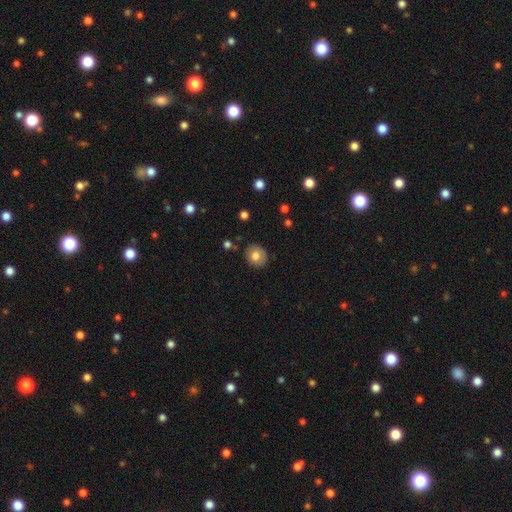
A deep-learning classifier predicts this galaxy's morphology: Overall: smooth (78%). How rounded: round (79%). Merging: none (87%).